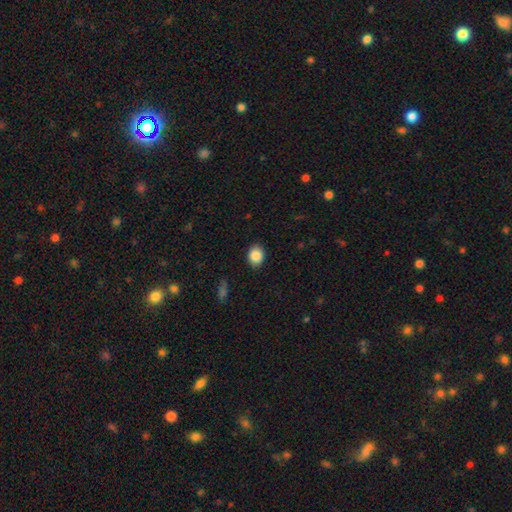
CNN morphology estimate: A smooth galaxy with no disk features (87%) that is in between round and cigar-shaped (50%). Merging: none (89%).